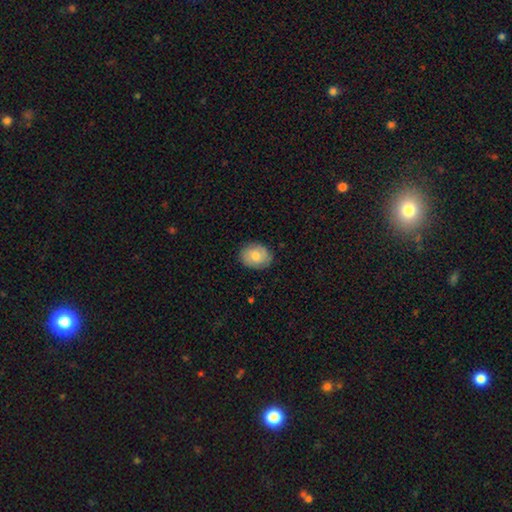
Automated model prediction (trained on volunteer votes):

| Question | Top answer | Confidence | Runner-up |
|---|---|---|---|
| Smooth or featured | smooth | 65% | featured or disk (28%) |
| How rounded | round | 53% | in between (46%) |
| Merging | none | 81% | minor disturbance (15%) |